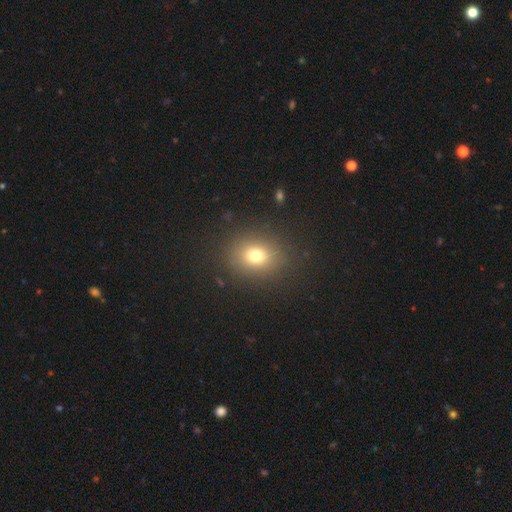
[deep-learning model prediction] smooth_or_featured: smooth (p=0.74) [alt: star or artifact p=0.16]
how_rounded: round (p=0.63) [alt: in between p=0.36]
merging: none (p=0.86) [alt: minor disturbance p=0.08]